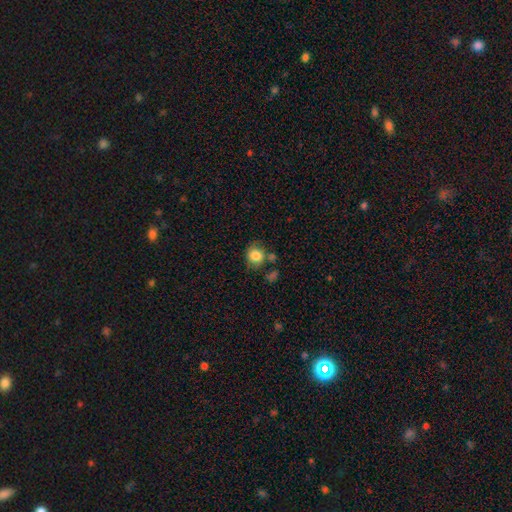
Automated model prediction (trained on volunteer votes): A smooth galaxy with no disk features (83%) that is round (77%).

Vote fractions:
- Smooth or featured? smooth: 83% / star or artifact: 9% / featured or disk: 8%
- How rounded? round: 77% / in between: 22% / cigar-shaped: 1%
- Merging? none: 64% / minor disturbance: 18% / merger: 11% / major disturbance: 7%